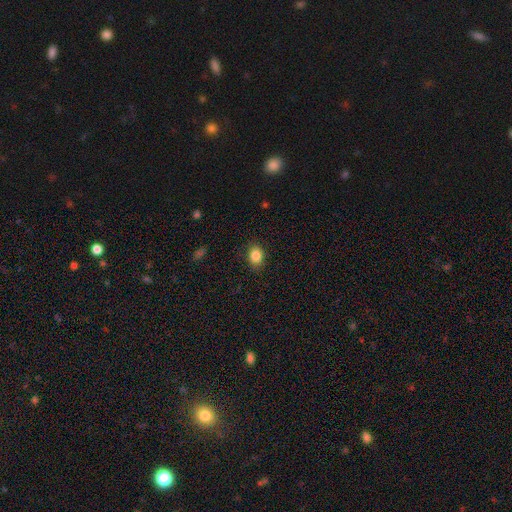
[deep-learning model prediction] The model was most divided on "how rounded": in between: 59%, round: 40%, cigar-shaped: 1%. More confident: smooth or featured — smooth (85%); merging — none (85%).